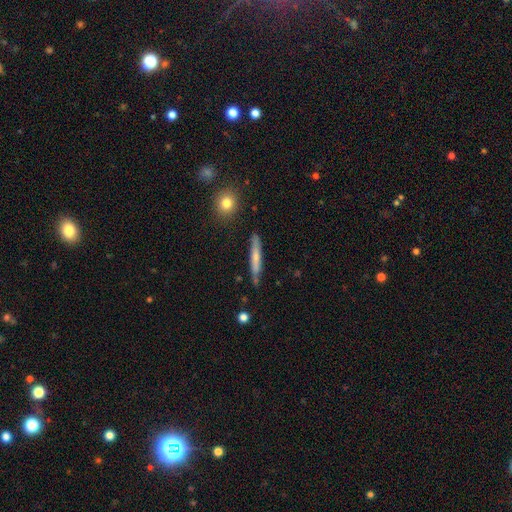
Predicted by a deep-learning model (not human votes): Overall: smooth (57%; featured or disk 37%). How rounded: cigar-shaped (95%). Merging: none (84%).